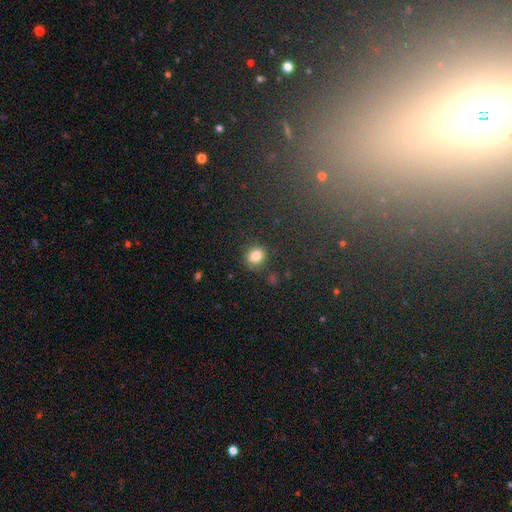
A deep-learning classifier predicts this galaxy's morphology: smooth-or-featured: smooth: 83% | star or artifact: 11% | featured or disk: 6%
  how-rounded: round: 73% | in between: 26% | cigar-shaped: 1%
  merging: none: 79% | minor disturbance: 13% | major disturbance: 4% | merger: 3%